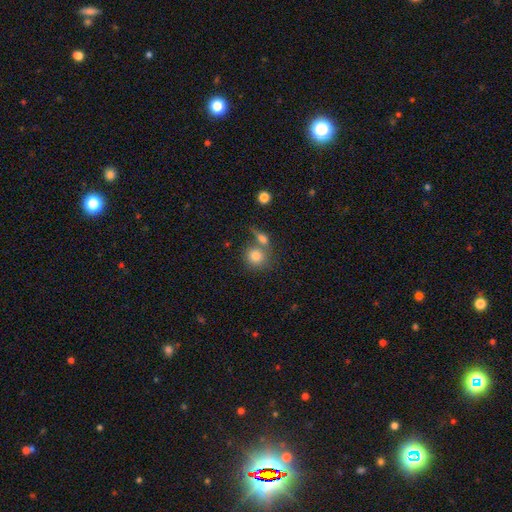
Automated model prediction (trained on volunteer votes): The model was most divided on "merging": none: 49%, merger: 37%, minor disturbance: 10%, major disturbance: 5%. More confident: how rounded — round (82%); smooth or featured — smooth (81%).